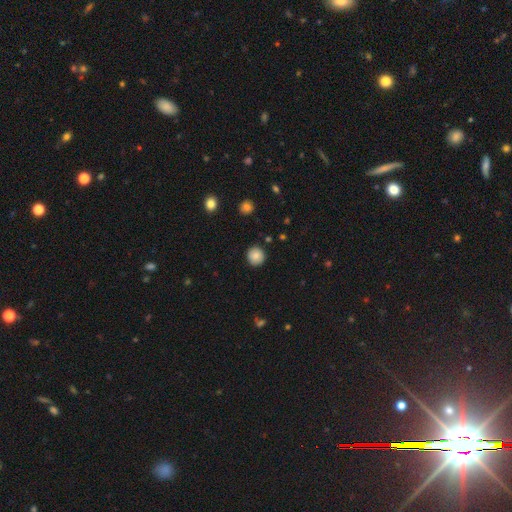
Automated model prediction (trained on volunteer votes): Morphology: type=smooth (84%); roundness=round (94%); merging=none (90%).